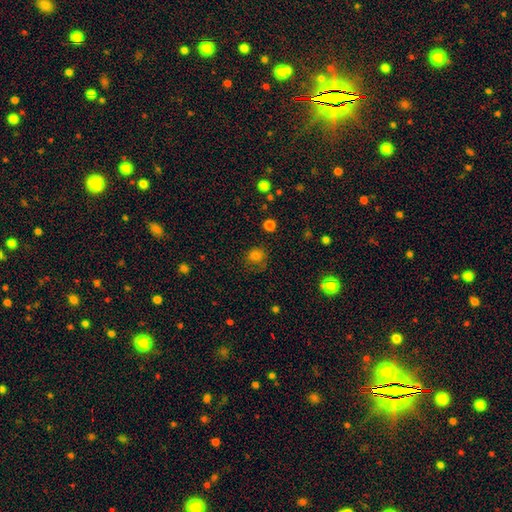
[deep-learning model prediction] smooth_or_featured: smooth (p=0.79) [alt: star or artifact p=0.15]
how_rounded: round (p=0.79) [alt: in between p=0.20]
merging: none (p=0.69) [alt: minor disturbance p=0.20]